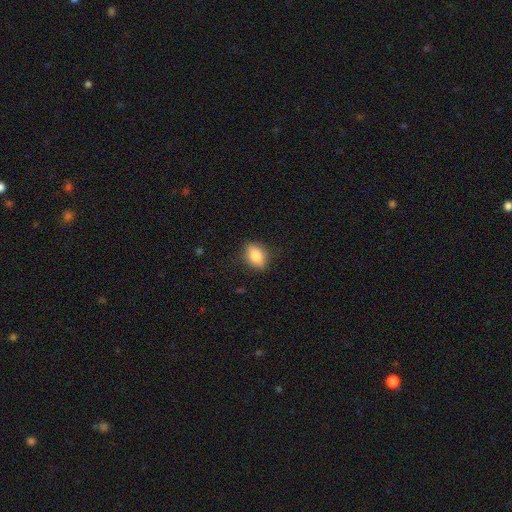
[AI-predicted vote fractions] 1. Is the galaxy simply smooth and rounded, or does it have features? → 77% smooth, 15% featured or disk, 8% star or artifact.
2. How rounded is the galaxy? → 74% in between, 22% round, 4% cigar-shaped.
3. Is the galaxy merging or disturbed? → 82% none, 13% minor disturbance, 3% major disturbance, 1% merger.